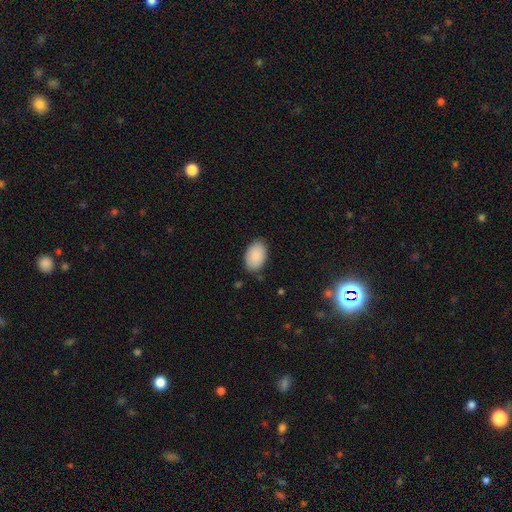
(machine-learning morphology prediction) A smooth galaxy with no disk features (89%) that is in between round and cigar-shaped (90%). Merging: none (81%).